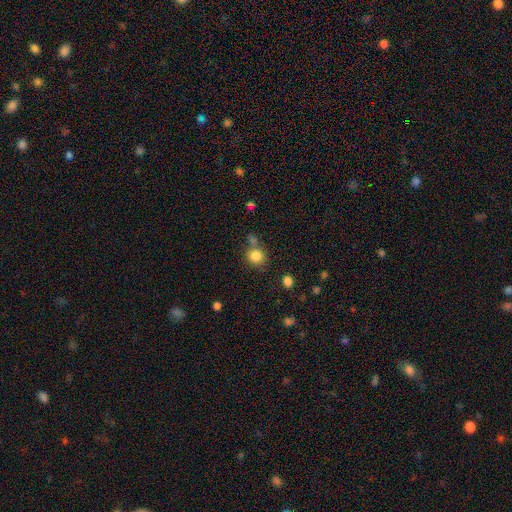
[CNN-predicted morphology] type=smooth (83%); roundness=round (87%); merging=none (66%).